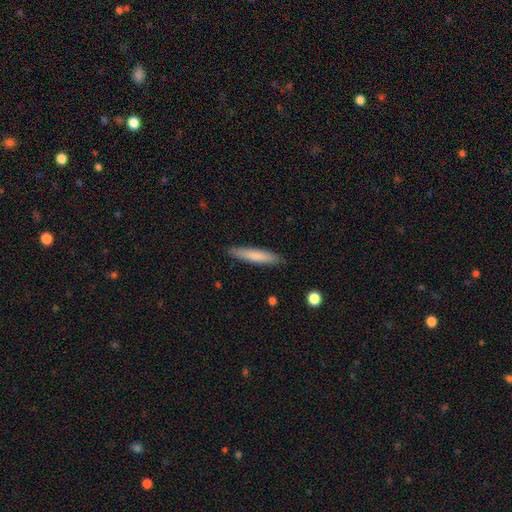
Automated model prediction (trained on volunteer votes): This appears to be a smooth galaxy with no disk features (79%) that is cigar-shaped (89%). Merging: none (88%).